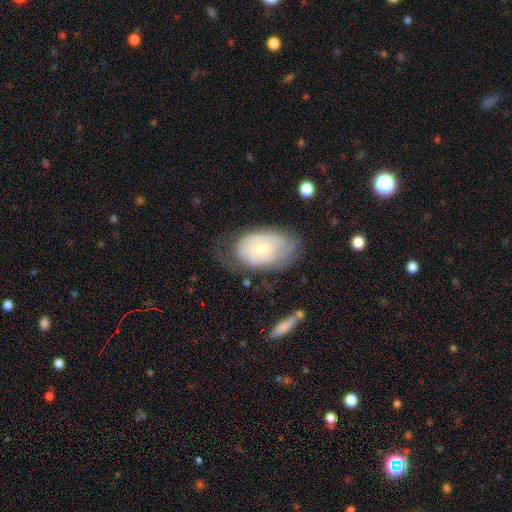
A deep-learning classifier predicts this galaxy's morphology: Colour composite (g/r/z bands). It shows a featured or disk galaxy (59%) with no bar (67%), spiral arms (76%) and a moderate central bulge (53%). Merging: none (52%).